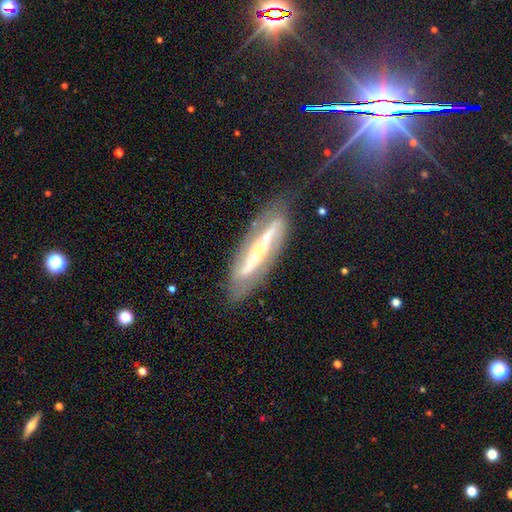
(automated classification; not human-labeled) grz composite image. It shows a featured or disk galaxy (81%) with a strong bar (64%), spiral arms (81%) and a small central bulge (69%). Merging: none (78%).